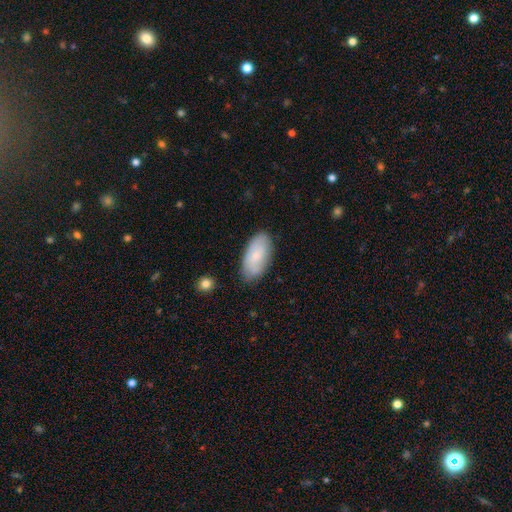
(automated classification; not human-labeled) Smooth or featured? smooth (71%)
How rounded? in between (94%)
Merging? none (79%)